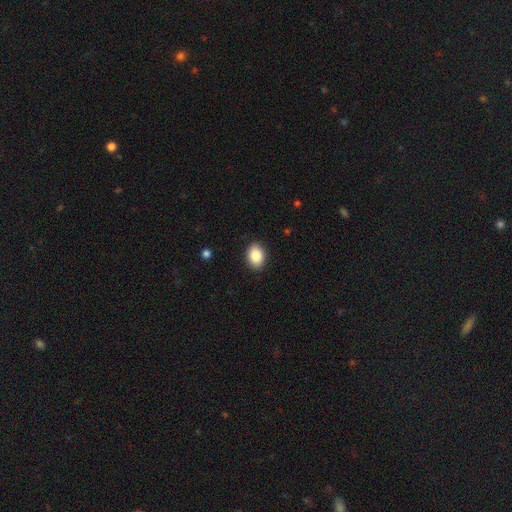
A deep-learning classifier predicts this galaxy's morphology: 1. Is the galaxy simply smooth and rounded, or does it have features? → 88% smooth, 7% star or artifact, 5% featured or disk.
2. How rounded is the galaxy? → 78% in between, 21% round, 1% cigar-shaped.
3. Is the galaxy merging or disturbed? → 89% none, 8% minor disturbance, 2% major disturbance, 1% merger.